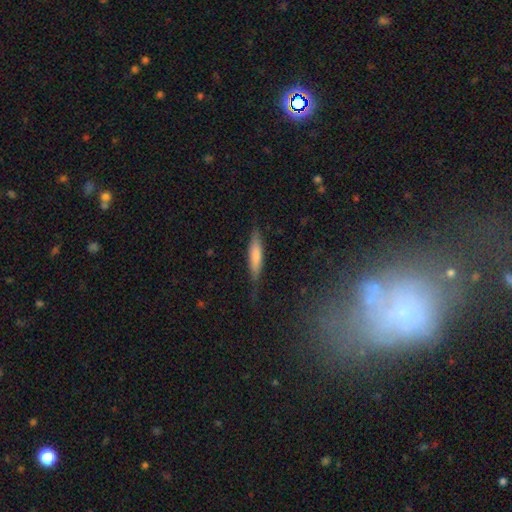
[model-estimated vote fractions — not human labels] A smooth galaxy with no disk features (68%) that is cigar-shaped (81%).

Vote fractions:
- Smooth or featured? smooth: 68% / featured or disk: 26% / star or artifact: 6%
- How rounded? cigar-shaped: 81% / in between: 17% / round: 2%
- Merging? none: 71% / minor disturbance: 21% / major disturbance: 6% / merger: 2%